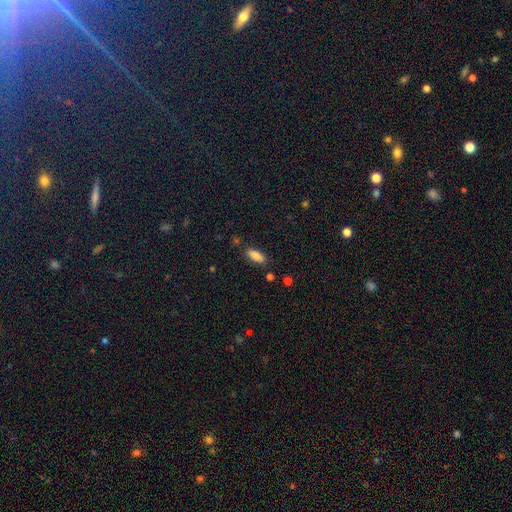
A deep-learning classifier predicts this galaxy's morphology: The model was most divided on "how rounded": in between: 80%, cigar-shaped: 18%, round: 2%. More confident: smooth or featured — smooth (82%); merging — none (82%).